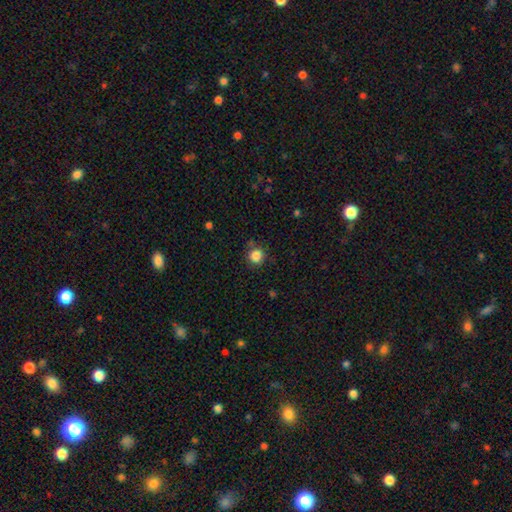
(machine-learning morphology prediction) Q: Smooth or featured?
A: smooth (85%); runner-up: star or artifact (11%)
Q: How rounded?
A: round (92%); runner-up: in between (7%)
Q: Merging?
A: none (83%); runner-up: minor disturbance (10%)